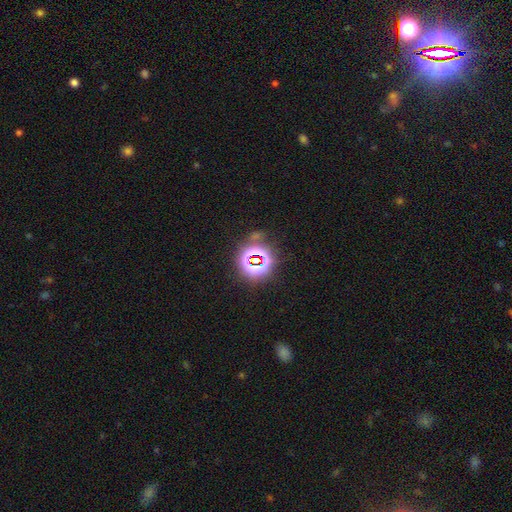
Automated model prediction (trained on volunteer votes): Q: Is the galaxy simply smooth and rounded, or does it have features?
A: star or artifact — 76%.